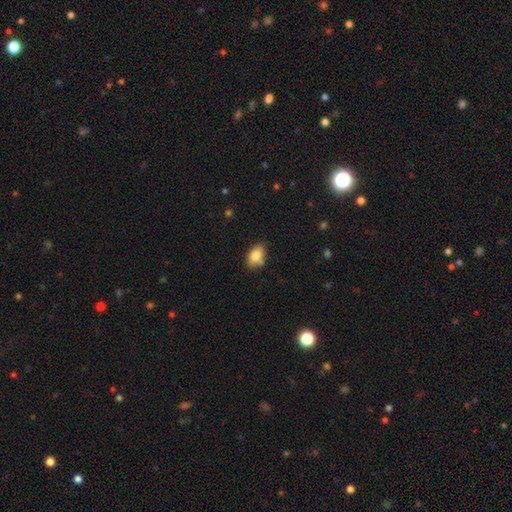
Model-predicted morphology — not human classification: A smooth galaxy with no disk features (83%) that is in between round and cigar-shaped (87%). Merging: none (71%).